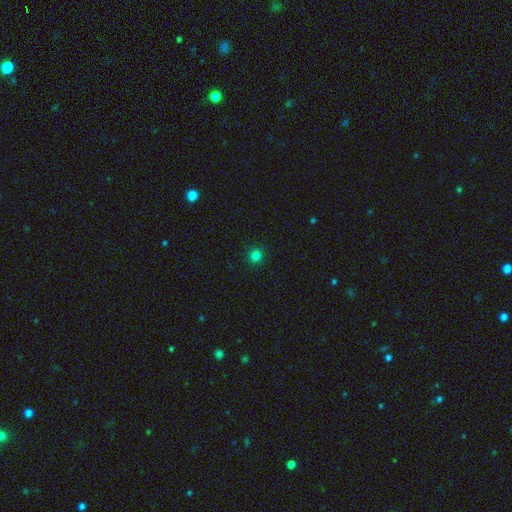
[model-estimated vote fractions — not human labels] Overall: smooth (81%). How rounded: round (95%). Merging: none (93%).